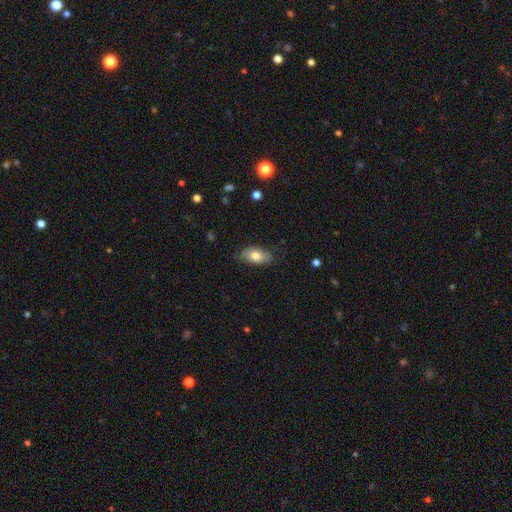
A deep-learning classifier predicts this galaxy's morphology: type=smooth (75%); roundness=in between (91%); merging=none (74%).